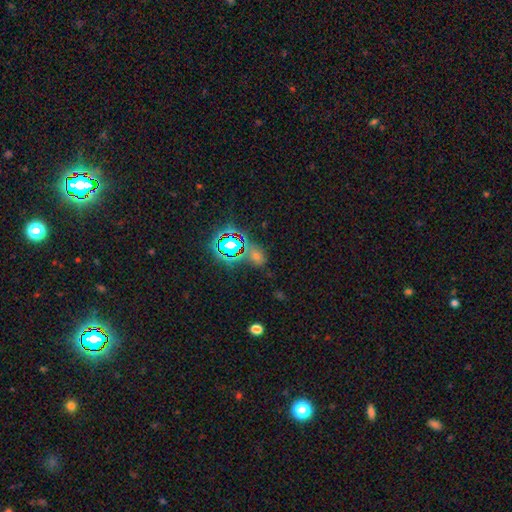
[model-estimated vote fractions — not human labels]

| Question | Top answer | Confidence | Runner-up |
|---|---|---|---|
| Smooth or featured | star or artifact | 57% | smooth (34%) |